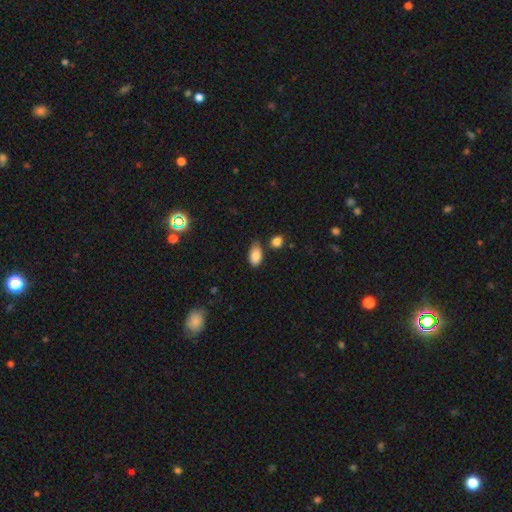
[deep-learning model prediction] smooth 85%, star or artifact 9%, featured or disk 6%. Down the decision tree: how rounded — in between (92%); merging — none (55%).